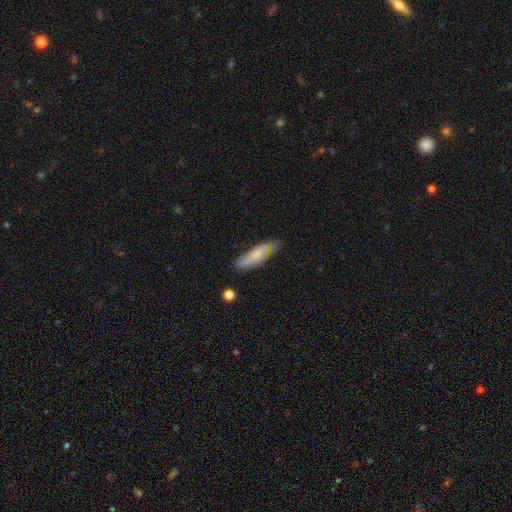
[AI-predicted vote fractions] Smooth or featured?
  - smooth: 65% *
  - featured or disk: 29%
  - star or artifact: 6%
How rounded?
  - cigar-shaped: 53% *
  - in between: 46%
  - round: 2%
Merging?
  - none: 62% *
  - minor disturbance: 27%
  - major disturbance: 7%
  - merger: 3%